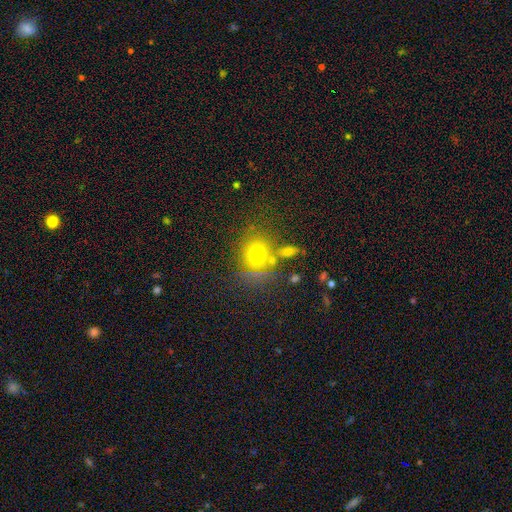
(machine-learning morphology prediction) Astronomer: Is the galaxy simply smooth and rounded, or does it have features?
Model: smooth — 65%.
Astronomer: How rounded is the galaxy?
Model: round — 72%.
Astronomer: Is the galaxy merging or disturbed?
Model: none — 64%.